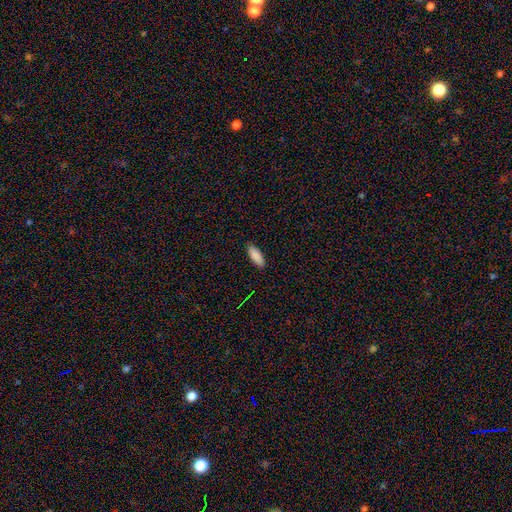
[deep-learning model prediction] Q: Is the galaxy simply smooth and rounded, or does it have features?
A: smooth — 89%.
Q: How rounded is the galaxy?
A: in between — 71%.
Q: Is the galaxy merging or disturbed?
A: none — 89%.